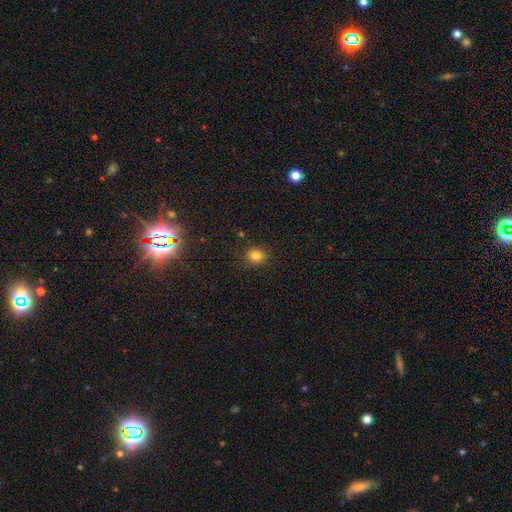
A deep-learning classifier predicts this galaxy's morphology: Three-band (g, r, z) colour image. It shows a smooth galaxy with no disk features (80%) that is round (84%). Merging: none (87%).